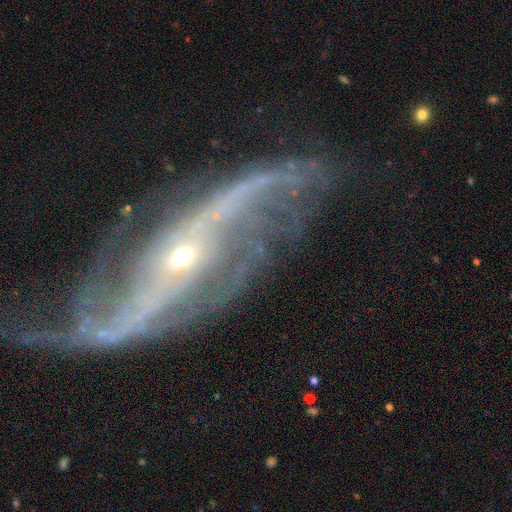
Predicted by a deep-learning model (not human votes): Morphology: type=featured or disk (90%); edge-on=no (93%); bar=no (47%); spiral arms=yes (96%); winding=loose (57%); arm count=2 (78%); bulge=small (79%); merging=none (57%).